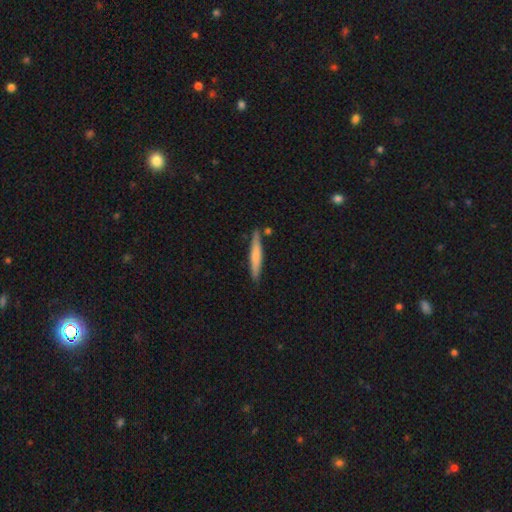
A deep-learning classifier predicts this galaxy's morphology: smooth-or-featured: smooth: 63% | featured or disk: 32% | star or artifact: 5%
  how-rounded: cigar-shaped: 94% | in between: 5% | round: 1%
  merging: none: 82% | minor disturbance: 12% | merger: 4% | major disturbance: 2%